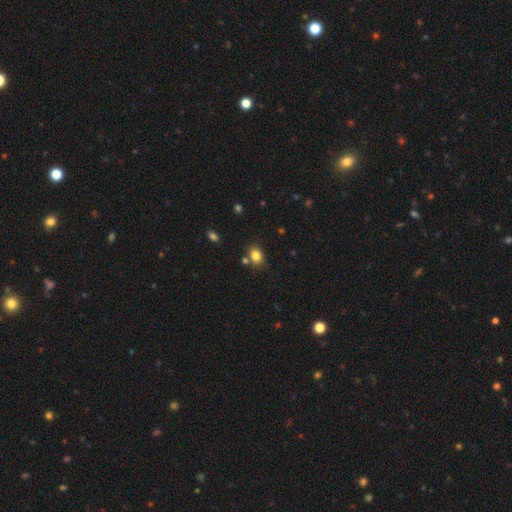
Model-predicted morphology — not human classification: Smooth or featured: smooth — 82% (star or artifact — 11%)
How rounded: in between — 60% (round — 38%)
Merging: none — 73% (minor disturbance — 13%)